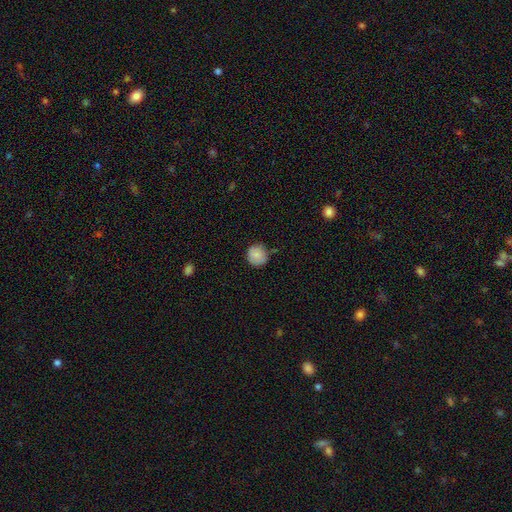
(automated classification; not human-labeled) The model was most divided on "merging": none: 79%, minor disturbance: 15%, major disturbance: 3%, merger: 3%. More confident: how rounded — round (91%); smooth or featured — smooth (85%).